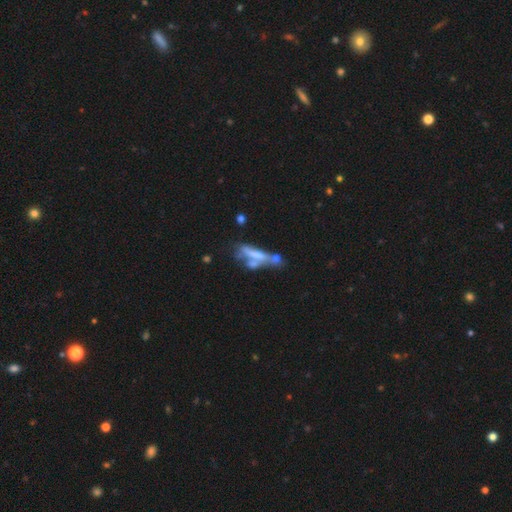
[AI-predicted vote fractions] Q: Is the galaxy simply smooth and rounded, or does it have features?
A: smooth — 47%.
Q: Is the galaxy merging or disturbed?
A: merger — 43%.